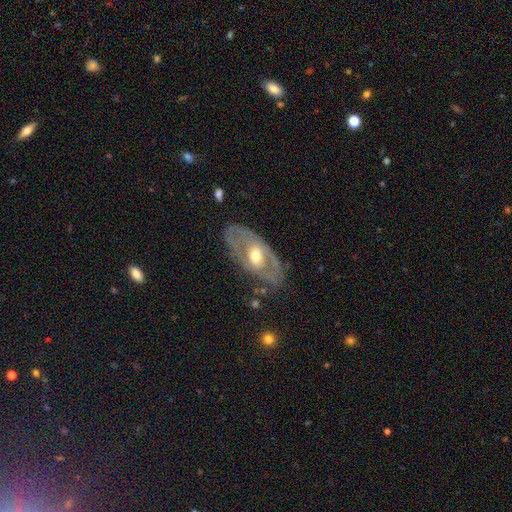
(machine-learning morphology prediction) A featured or disk galaxy (73%) with no bar (60%), no spiral arms (50%, tied with yes) and a moderate central bulge (74%).

Vote fractions:
- Smooth or featured? featured or disk: 73% / smooth: 22% / star or artifact: 5%
- Edge-on disk? no: 87% / yes: 13%
- Bar? no: 60% / weak: 30% / strong: 10%
- Spiral arms? no: 50% (tied) / yes: 50% (tied)
- Bulge size? moderate: 74% / small: 15% / large: 9% / dominant: 1% / none: 1%
- Merging? none: 71% / minor disturbance: 19% / major disturbance: 8% / merger: 2%